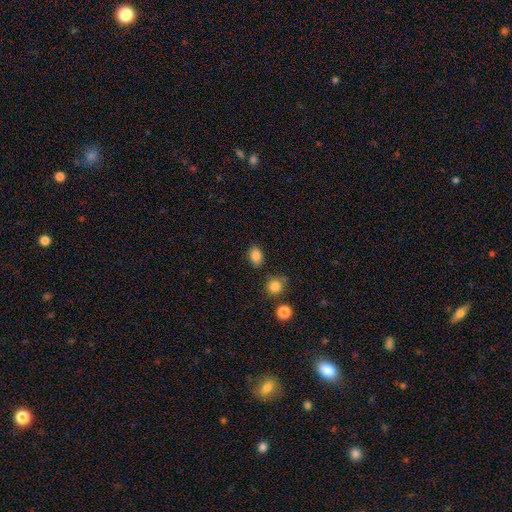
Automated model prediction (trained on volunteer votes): A smooth galaxy with no disk features (85%) that is in between round and cigar-shaped (75%). Merging: none (81%).